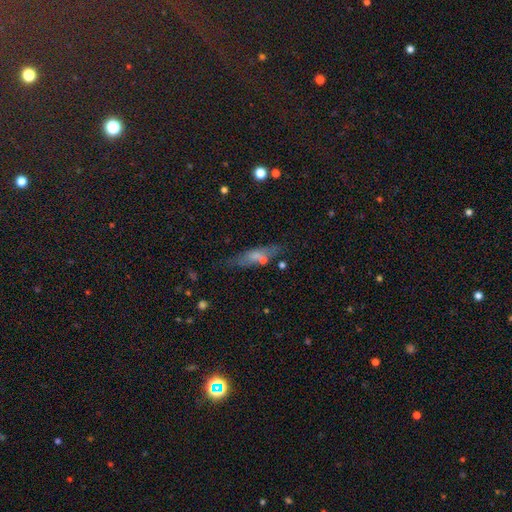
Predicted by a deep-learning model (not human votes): A smooth galaxy with no disk features (50%). Merging: none (72%).